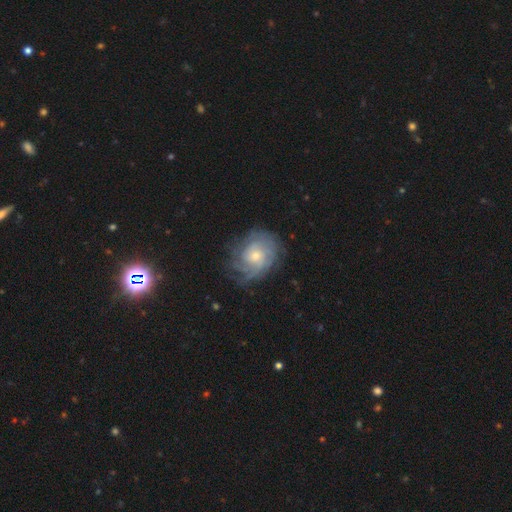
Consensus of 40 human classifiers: Smooth or featured?
  - featured or disk: 78% *
  - smooth: 15%
  - star or artifact: 8%
Edge-on disk?
  - no: 100% *
  - yes: 0%
Bar?
  - no: 74% *
  - weak: 19%
  - strong: 6%
Spiral arms?
  - yes: 100% *
  - no: 0%
Spiral winding?
  - tight: 74% *
  - medium: 26%
  - loose: 0%
Spiral arm count?
  - can't tell: 52% *
  - more than 4: 26%
  - 4: 10%
  - 3: 6%
  - 1: 3%
  - 2: 3%
Bulge size?
  - small: 61% *
  - moderate: 32%
  - dominant: 3%
  - none: 3%
  - large: 0%
Merging?
  - none: 81% *
  - minor disturbance: 8%
  - major disturbance: 8%
  - merger: 3%